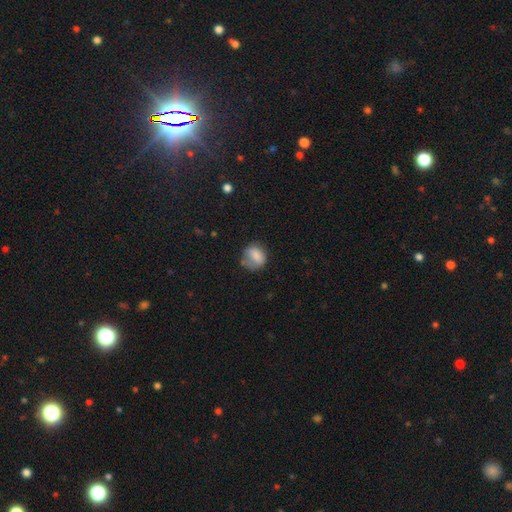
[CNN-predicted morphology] smooth_or_featured: smooth (p=0.79) [alt: featured or disk p=0.13]
how_rounded: round (p=0.58) [alt: in between p=0.40]
merging: none (p=0.52) [alt: minor disturbance p=0.30]